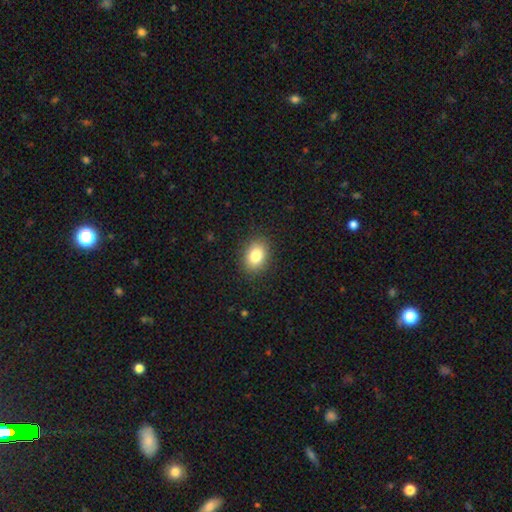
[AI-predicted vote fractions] Overall: smooth (84%). How rounded: in between (71%). Merging: none (88%).